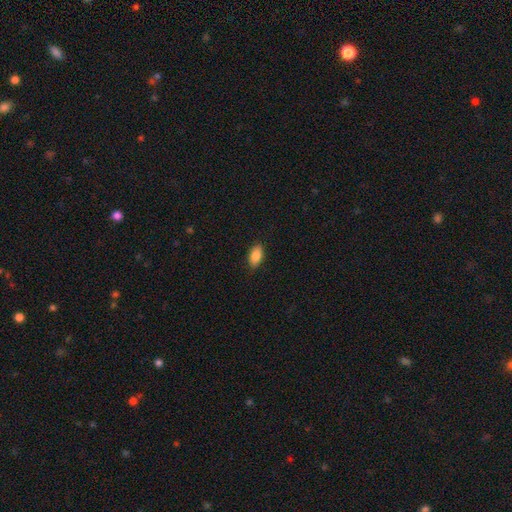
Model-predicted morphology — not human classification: A smooth galaxy with no disk features (86%) that is in between round and cigar-shaped (92%). Merging: none (87%).